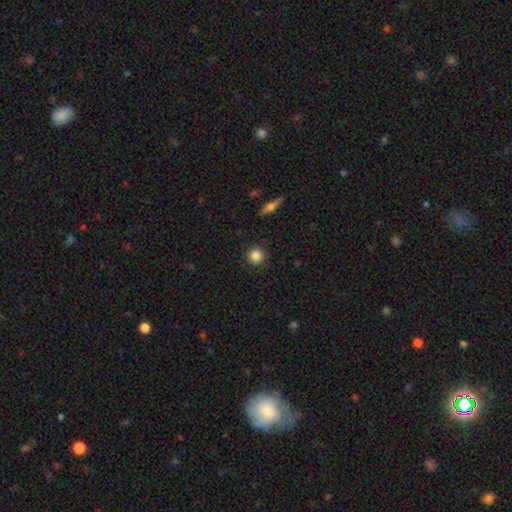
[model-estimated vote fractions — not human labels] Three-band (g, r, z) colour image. It shows a smooth galaxy with no disk features (85%) that is round (94%). Merging: none (91%).